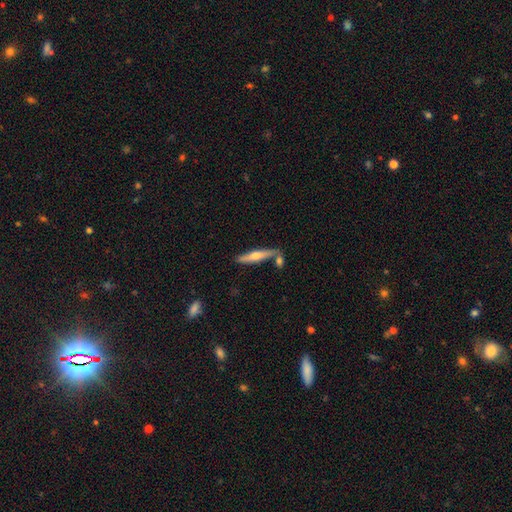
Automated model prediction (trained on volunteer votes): featured or disk 52%, smooth 42%, star or artifact 6%. Down the decision tree: edge-on disk — yes (94%); merging — none (75%).